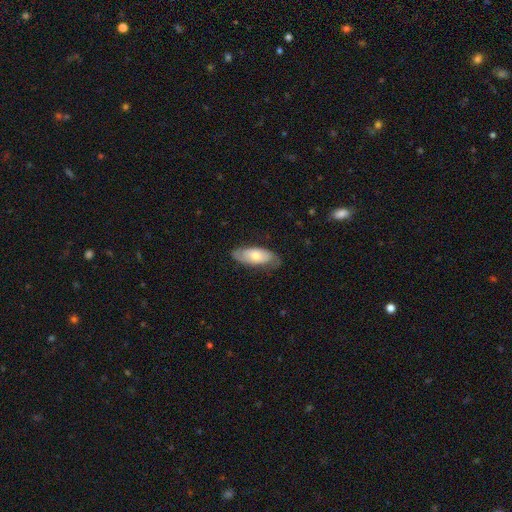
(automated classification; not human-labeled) This appears to be a smooth galaxy with no disk features (53%) that is in between round and cigar-shaped (81%). Merging: none (72%).